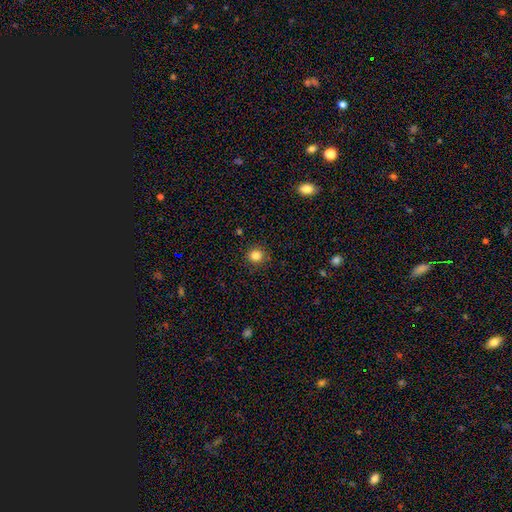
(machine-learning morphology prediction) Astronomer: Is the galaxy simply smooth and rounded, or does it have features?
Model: smooth — 84%.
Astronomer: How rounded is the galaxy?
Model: round — 91%.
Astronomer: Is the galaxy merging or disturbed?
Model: none — 89%.